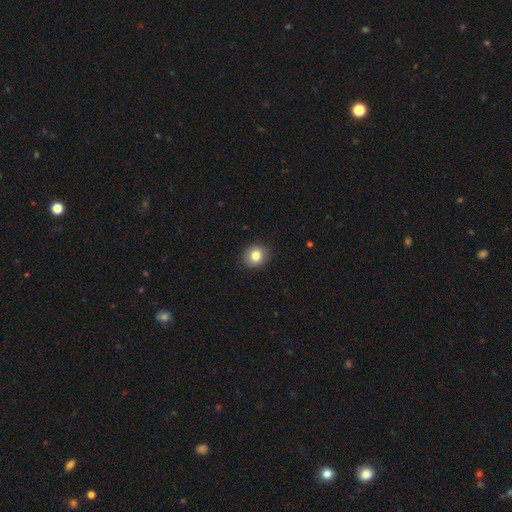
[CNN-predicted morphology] The model was most divided on "how rounded": round: 74%, in between: 25%, cigar-shaped: 1%. More confident: merging — none (90%); smooth or featured — smooth (82%).